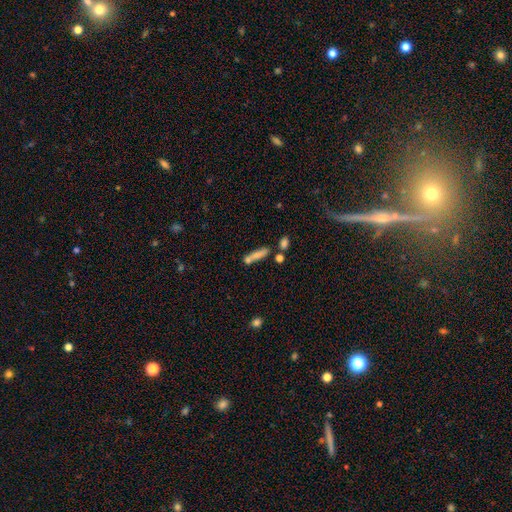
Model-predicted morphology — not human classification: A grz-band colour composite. It shows a smooth galaxy with no disk features (71%) that is cigar-shaped (77%). Merging: none (56%).